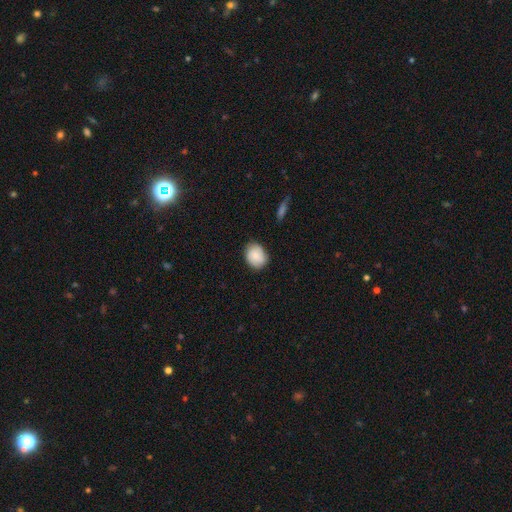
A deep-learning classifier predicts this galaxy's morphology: This is clearly a smooth galaxy (82%). How rounded: possibly round (60%). Merging: likely none (79%).